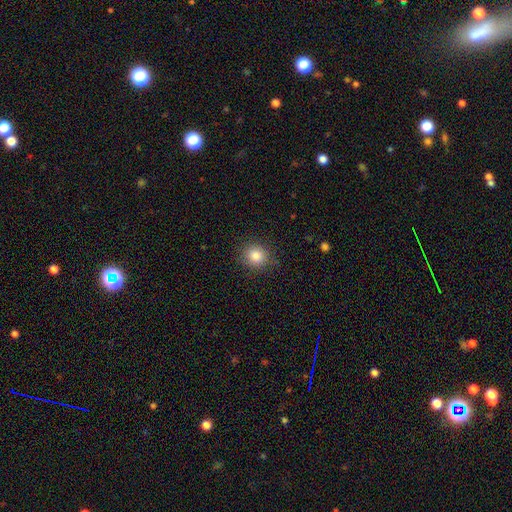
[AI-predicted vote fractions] Q: Smooth or featured?
A: smooth (84%); runner-up: star or artifact (11%)
Q: How rounded?
A: round (87%); runner-up: in between (12%)
Q: Merging?
A: none (87%); runner-up: minor disturbance (9%)